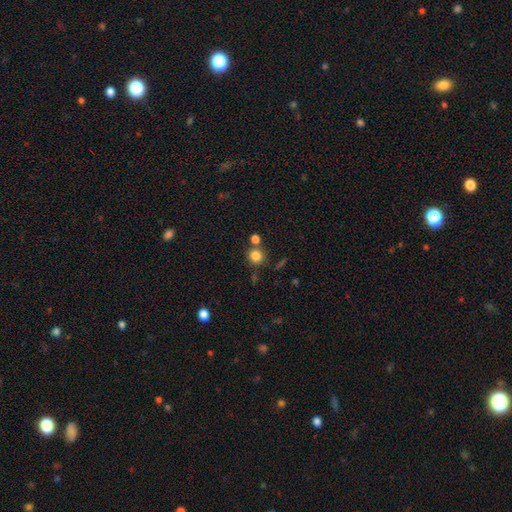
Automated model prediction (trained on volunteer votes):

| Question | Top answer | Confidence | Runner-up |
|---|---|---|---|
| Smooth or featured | smooth | 82% | star or artifact (12%) |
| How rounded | round | 89% | in between (10%) |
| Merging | none | 72% | merger (16%) |